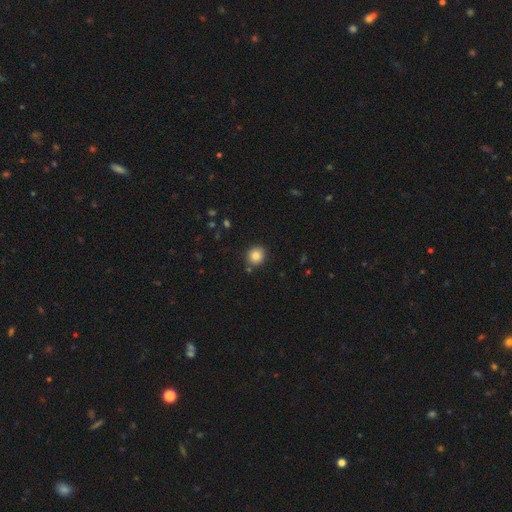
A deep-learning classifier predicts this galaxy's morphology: smooth-or-featured: smooth: 84% | star or artifact: 10% | featured or disk: 6%
  how-rounded: round: 84% | in between: 15% | cigar-shaped: 1%
  merging: none: 84% | minor disturbance: 9% | merger: 4% | major disturbance: 2%